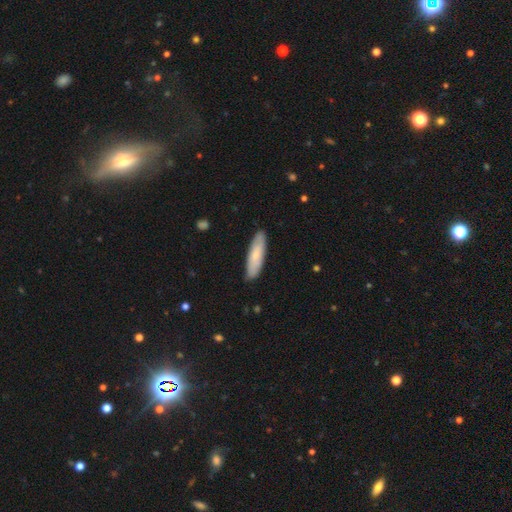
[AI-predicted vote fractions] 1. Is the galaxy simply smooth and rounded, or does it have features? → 73% smooth, 22% featured or disk, 5% star or artifact.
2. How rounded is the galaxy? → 65% cigar-shaped, 34% in between, 2% round.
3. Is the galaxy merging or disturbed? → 88% none, 10% minor disturbance, 2% major disturbance, 1% merger.